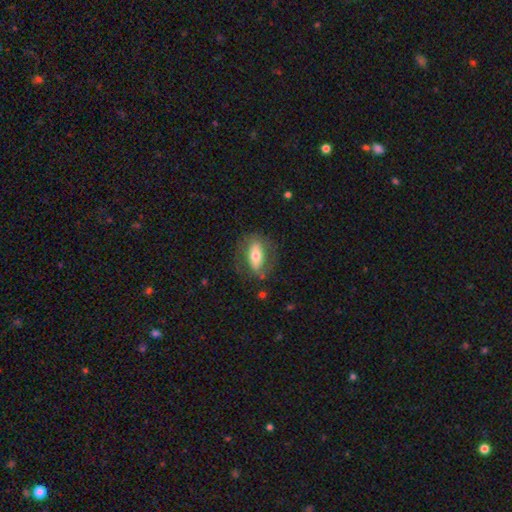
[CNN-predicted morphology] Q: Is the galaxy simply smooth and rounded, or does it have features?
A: featured or disk — 48%.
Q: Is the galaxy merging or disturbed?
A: none — 71%.